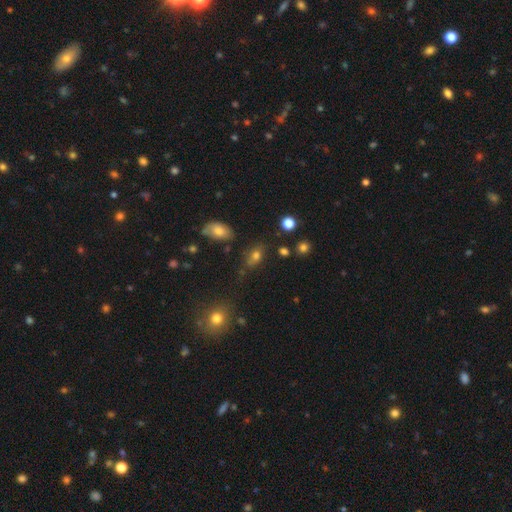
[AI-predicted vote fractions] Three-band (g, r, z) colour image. It shows a smooth galaxy with no disk features (73%) that is in between round and cigar-shaped (78%). Merging: none (63%).